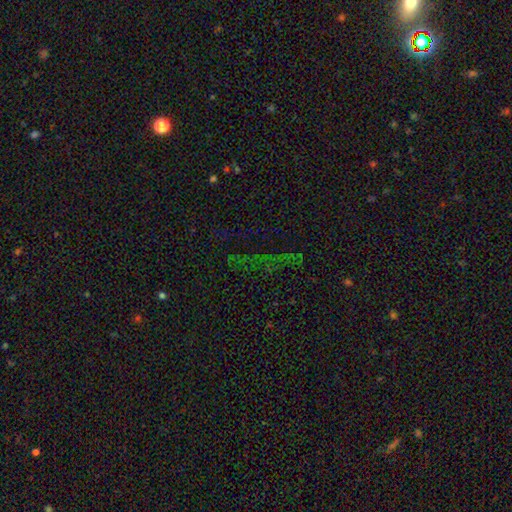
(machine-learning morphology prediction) Smooth or featured: star or artifact — 72% (smooth — 17%)